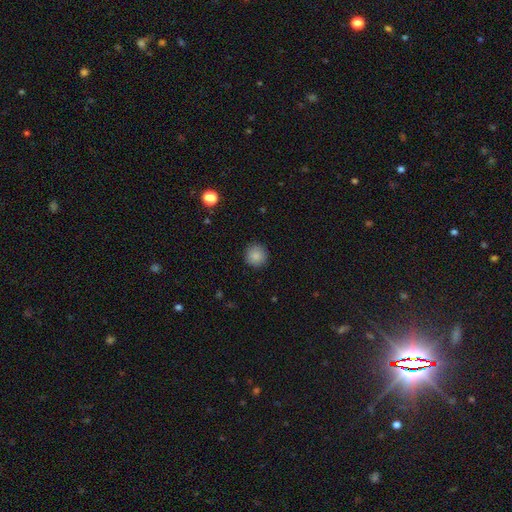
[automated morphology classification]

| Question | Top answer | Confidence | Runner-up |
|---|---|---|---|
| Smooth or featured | smooth | 87% | star or artifact (9%) |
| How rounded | round | 94% | in between (5%) |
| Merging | none | 91% | minor disturbance (6%) |